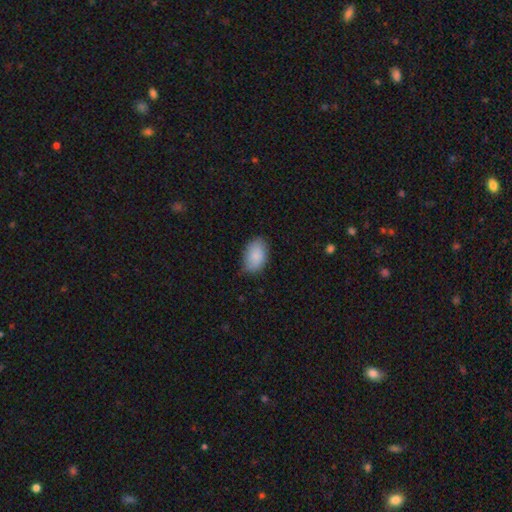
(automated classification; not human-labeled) smooth-or-featured: smooth: 86% | featured or disk: 7% | star or artifact: 6%
  how-rounded: in between: 89% | round: 10% | cigar-shaped: 1%
  merging: none: 76% | minor disturbance: 19% | major disturbance: 3% | merger: 1%